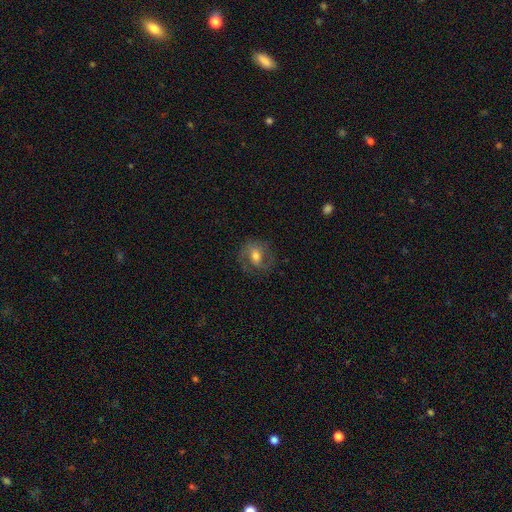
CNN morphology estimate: Smooth or featured?
  - featured or disk: 59% *
  - smooth: 33%
  - star or artifact: 8%
Edge-on disk?
  - no: 96% *
  - yes: 4%
Bar?
  - weak: 43% *
  - no: 36%
  - strong: 21%
Spiral arms?
  - yes: 83% *
  - no: 17%
Bulge size?
  - moderate: 66% *
  - small: 21%
  - large: 10%
  - none: 2%
  - dominant: 1%
Merging?
  - none: 70% *
  - minor disturbance: 18%
  - major disturbance: 11%
  - merger: 1%